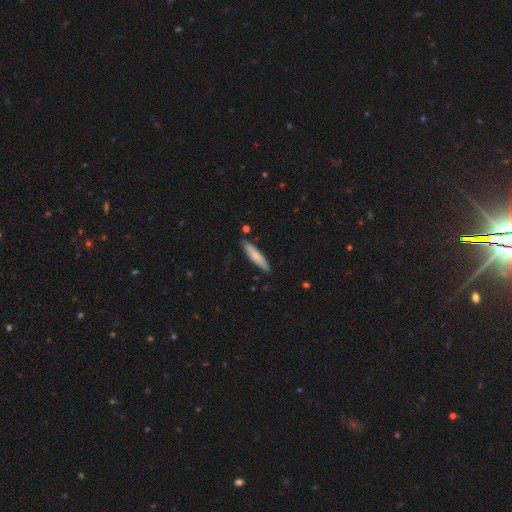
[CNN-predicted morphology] The model was most divided on "smooth or featured": smooth: 75%, featured or disk: 20%, star or artifact: 6%. More confident: merging — none (86%); how rounded — cigar-shaped (83%).